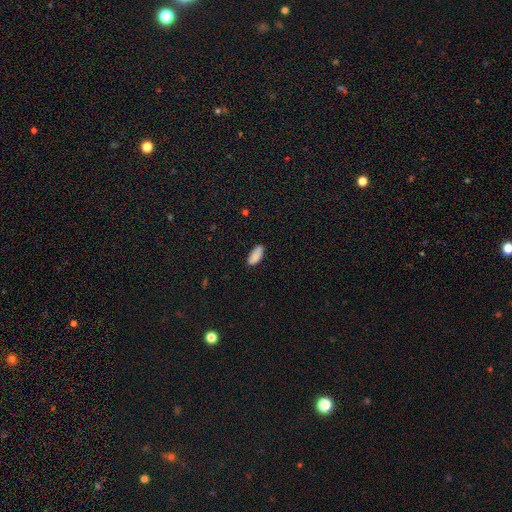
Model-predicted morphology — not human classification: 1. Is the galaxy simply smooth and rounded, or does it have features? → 87% smooth, 7% star or artifact, 5% featured or disk.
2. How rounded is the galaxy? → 87% in between, 11% cigar-shaped, 2% round.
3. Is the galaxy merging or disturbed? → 82% none, 14% minor disturbance, 3% major disturbance, 1% merger.